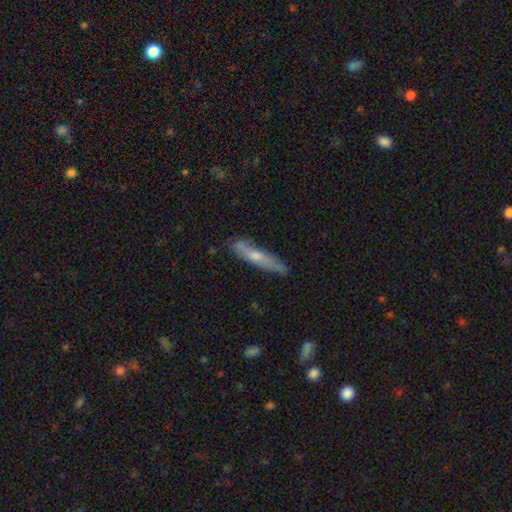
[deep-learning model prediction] smooth-or-featured: smooth: 50% | featured or disk: 44% | star or artifact: 6%
  merging: none: 76% | minor disturbance: 19% | major disturbance: 3% | merger: 2%